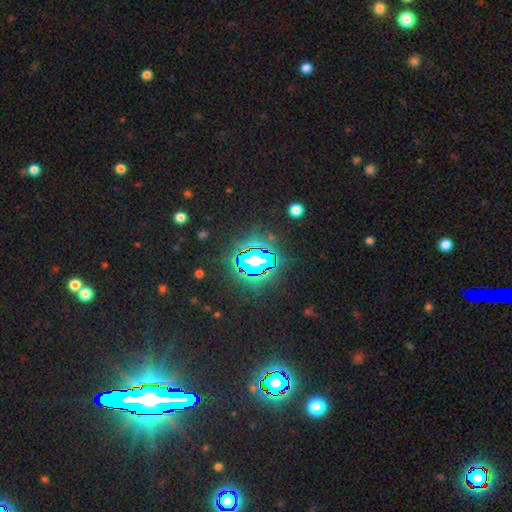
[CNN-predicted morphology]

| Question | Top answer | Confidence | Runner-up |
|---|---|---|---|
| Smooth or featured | star or artifact | 71% | smooth (17%) |